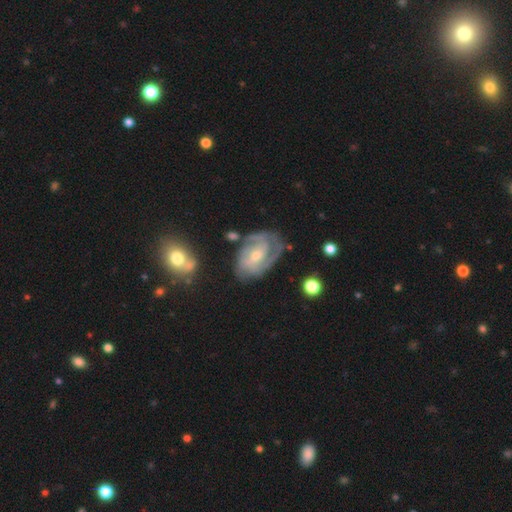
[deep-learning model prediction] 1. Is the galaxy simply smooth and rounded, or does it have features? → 83% featured or disk, 12% smooth, 5% star or artifact.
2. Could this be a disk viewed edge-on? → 97% no, 3% yes.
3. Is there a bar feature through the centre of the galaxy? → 45% weak, 43% no, 12% strong.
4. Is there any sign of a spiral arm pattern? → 93% yes, 7% no.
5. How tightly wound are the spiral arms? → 53% tight, 38% medium, 10% loose.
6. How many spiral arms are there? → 44% 2, 24% can't tell, 20% 3, 6% 1, 4% 4, 3% more than 4.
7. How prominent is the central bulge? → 47% moderate, 46% small, 3% large, 3% none, 1% dominant.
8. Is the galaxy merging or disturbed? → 61% none, 23% minor disturbance, 11% major disturbance, 5% merger.